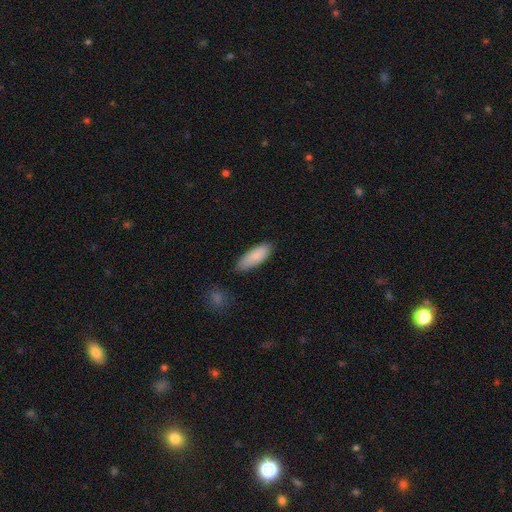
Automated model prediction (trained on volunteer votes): Smooth or featured?
  - smooth: 85% *
  - featured or disk: 9%
  - star or artifact: 6%
How rounded?
  - in between: 72% *
  - cigar-shaped: 26%
  - round: 2%
Merging?
  - none: 79% *
  - minor disturbance: 16%
  - major disturbance: 3%
  - merger: 2%